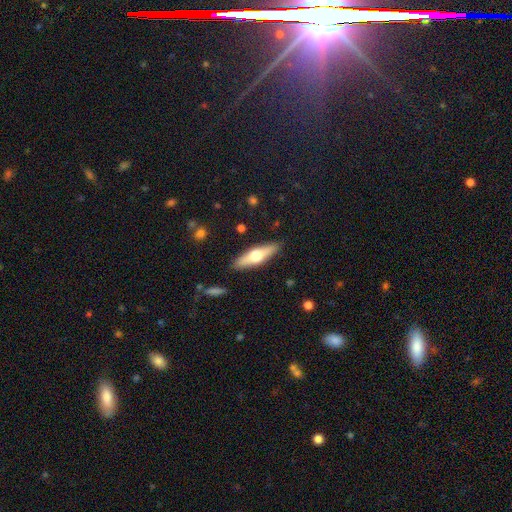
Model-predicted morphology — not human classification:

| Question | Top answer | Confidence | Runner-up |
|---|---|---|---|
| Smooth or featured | smooth | 48% | featured or disk (46%) |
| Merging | none | 88% | minor disturbance (9%) |